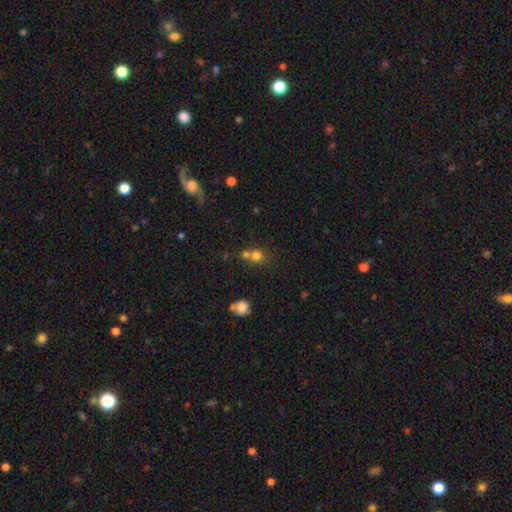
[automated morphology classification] A smooth galaxy with no disk features (74%) that is round (84%).

Vote fractions:
- Smooth or featured? smooth: 74% / star or artifact: 15% / featured or disk: 11%
- How rounded? round: 84% / in between: 15% / cigar-shaped: 1%
- Merging? merger: 45% / none: 44% / minor disturbance: 7% / major disturbance: 3%